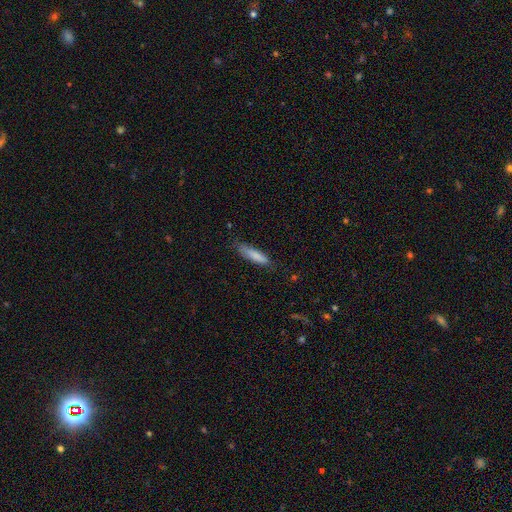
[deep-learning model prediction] Q: Smooth or featured?
A: smooth (83%); runner-up: featured or disk (12%)
Q: How rounded?
A: cigar-shaped (73%); runner-up: in between (26%)
Q: Merging?
A: none (75%); runner-up: minor disturbance (20%)